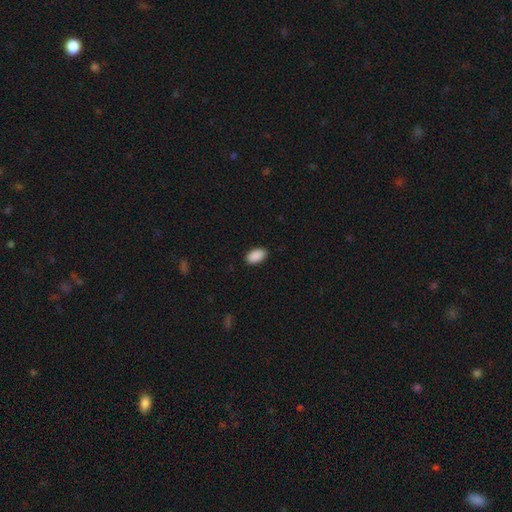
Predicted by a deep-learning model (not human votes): The model was most divided on "merging": none: 90%, minor disturbance: 8%, major disturbance: 2%, merger: 1%. More confident: how rounded — in between (94%); smooth or featured — smooth (91%).